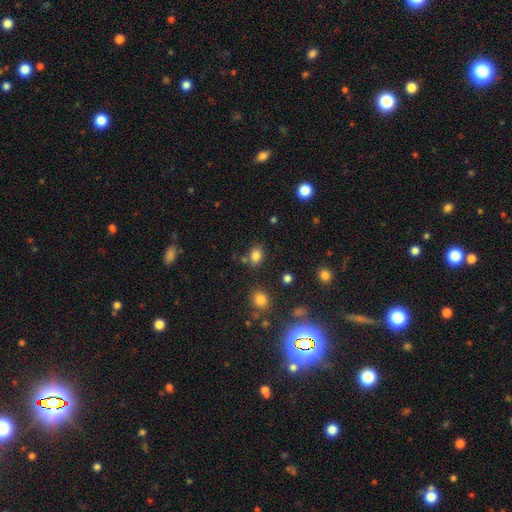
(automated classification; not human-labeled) smooth 81%, star or artifact 13%, featured or disk 6%. Down the decision tree: how rounded — in between (67%); merging — none (73%).